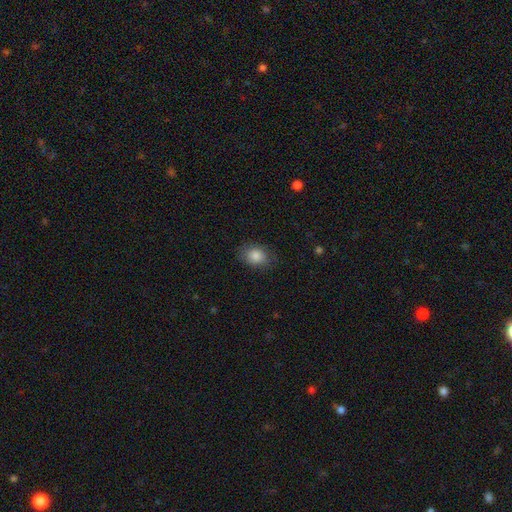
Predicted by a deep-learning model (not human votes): Smooth or featured? smooth (85%)
How rounded? in between (62%)
Merging? none (80%)